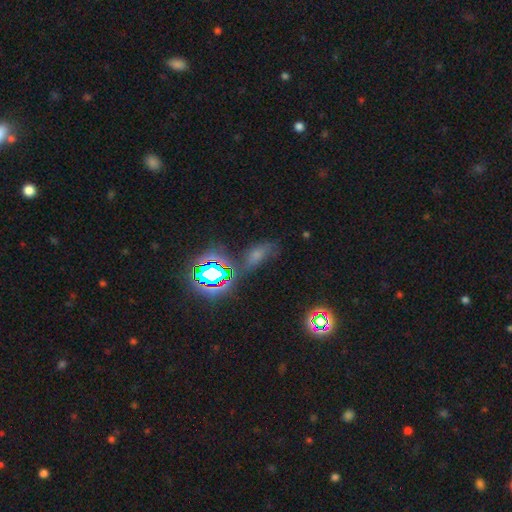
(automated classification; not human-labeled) smooth-or-featured: smooth: 43% | star or artifact: 39% | featured or disk: 18%
  merging: none: 55% | minor disturbance: 23% | major disturbance: 14% | merger: 8%